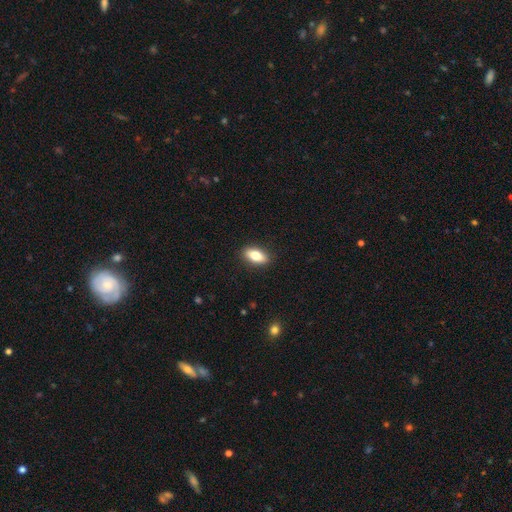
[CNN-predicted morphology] This appears to be a smooth galaxy with no disk features (78%) that is in between round and cigar-shaped (84%). Merging: none (89%).